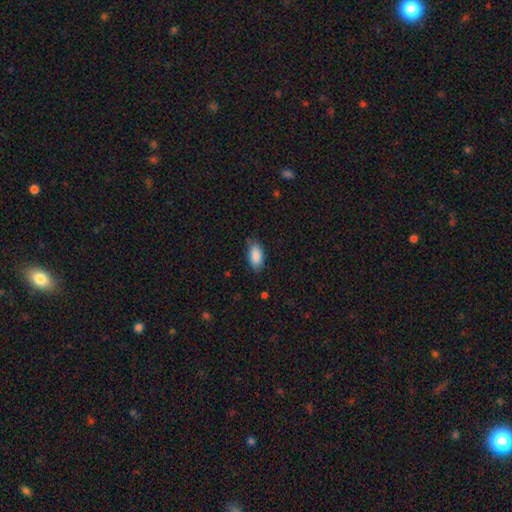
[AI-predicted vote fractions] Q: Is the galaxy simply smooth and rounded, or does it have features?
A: smooth — 88%.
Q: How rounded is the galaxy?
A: in between — 92%.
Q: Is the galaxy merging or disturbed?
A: none — 75%.